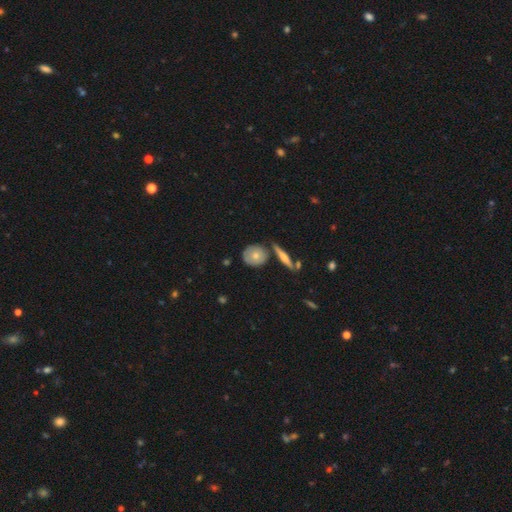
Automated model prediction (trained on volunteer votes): This appears to be a smooth galaxy with no disk features (60%) that is round (79%). Merging: none (72%).